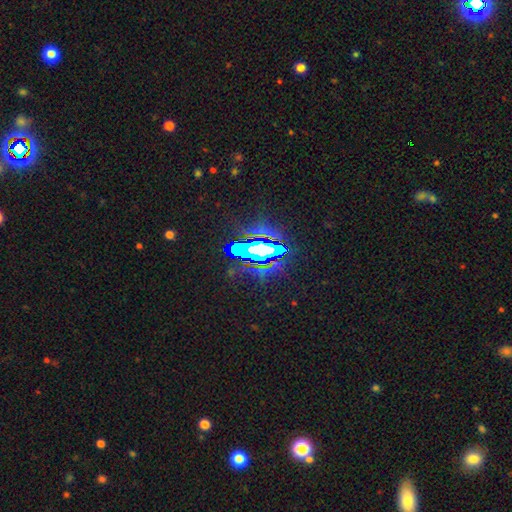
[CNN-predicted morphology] smooth-or-featured: star or artifact: 69% | featured or disk: 16% | smooth: 15%